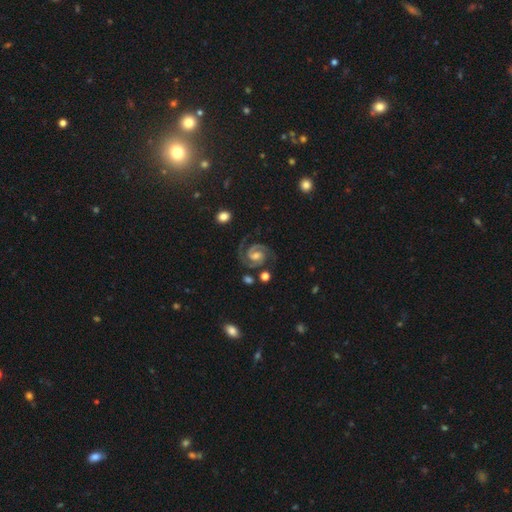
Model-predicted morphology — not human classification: This is clearly a featured or disk galaxy (91%). It is clearly not viewed edge-on (98%). Bar: possibly weak (47%). Spiral arm pattern: clearly yes (99%). Spiral arm count: clearly 2 (91%). Spiral winding: possibly tight (50%). Central bulge: possibly moderate (54%). Merging: likely none (79%).